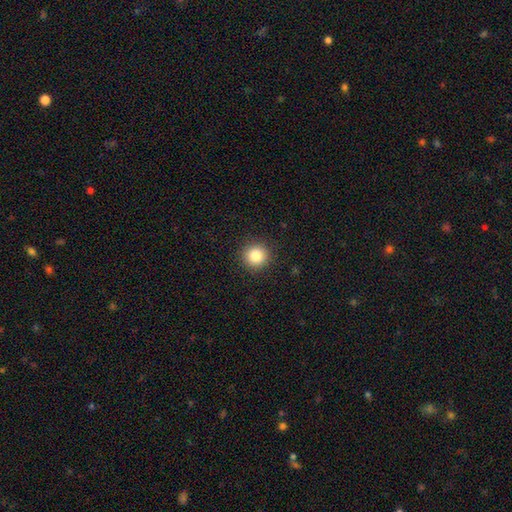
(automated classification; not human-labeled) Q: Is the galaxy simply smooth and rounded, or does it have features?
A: smooth — 84%.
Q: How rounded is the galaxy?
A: round — 94%.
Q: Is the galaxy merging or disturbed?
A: none — 91%.